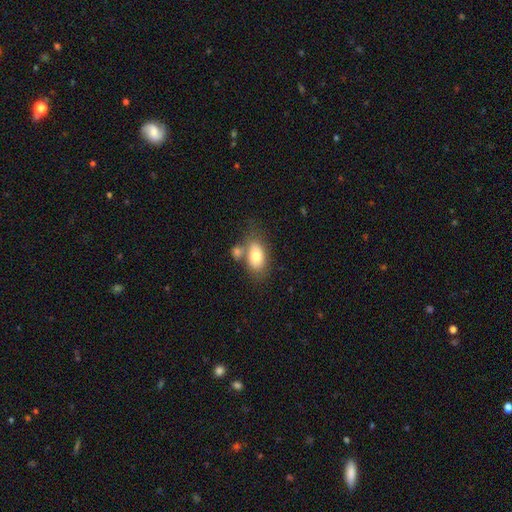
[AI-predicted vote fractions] Morphology: type=smooth (78%); roundness=in between (89%); merging=none (50%).